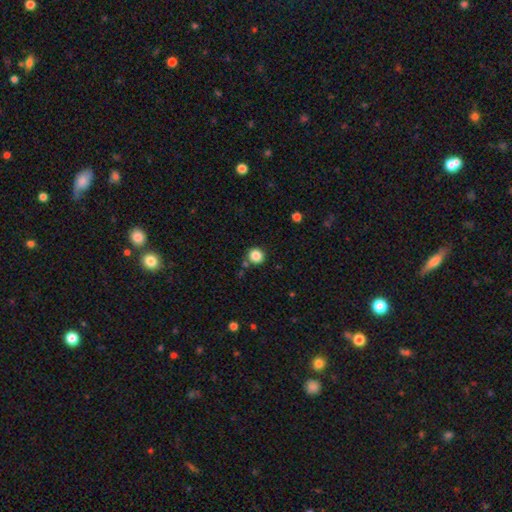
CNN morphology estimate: This is clearly a smooth galaxy (86%). How rounded: clearly round (92%). Merging: clearly none (82%).